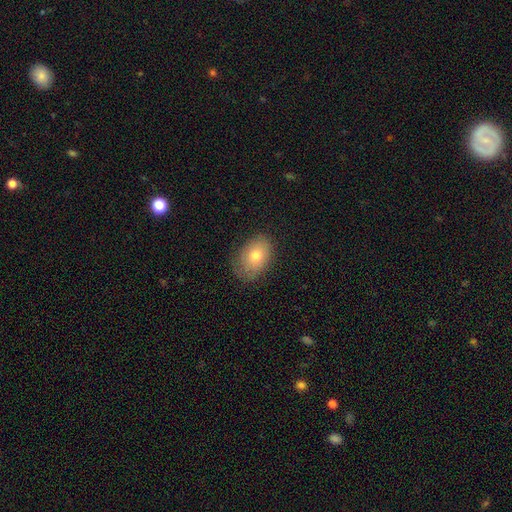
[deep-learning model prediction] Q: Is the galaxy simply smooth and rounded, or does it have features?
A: smooth — 73%.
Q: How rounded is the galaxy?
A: in between — 83%.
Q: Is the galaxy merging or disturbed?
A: none — 76%.